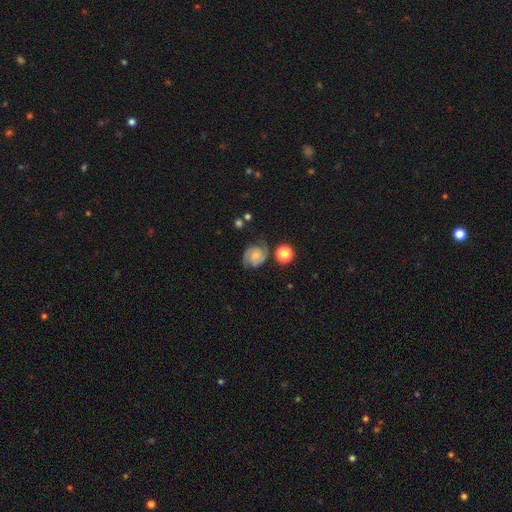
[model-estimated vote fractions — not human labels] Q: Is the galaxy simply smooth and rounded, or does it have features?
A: featured or disk — 74%.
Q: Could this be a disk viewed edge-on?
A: no — 98%.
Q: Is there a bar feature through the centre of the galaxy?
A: no — 67%.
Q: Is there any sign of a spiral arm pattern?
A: yes — 96%.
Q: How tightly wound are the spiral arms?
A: tight — 47%.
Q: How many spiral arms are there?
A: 2 — 85%.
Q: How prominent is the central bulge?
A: small — 49%.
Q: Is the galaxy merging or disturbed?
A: none — 73%.